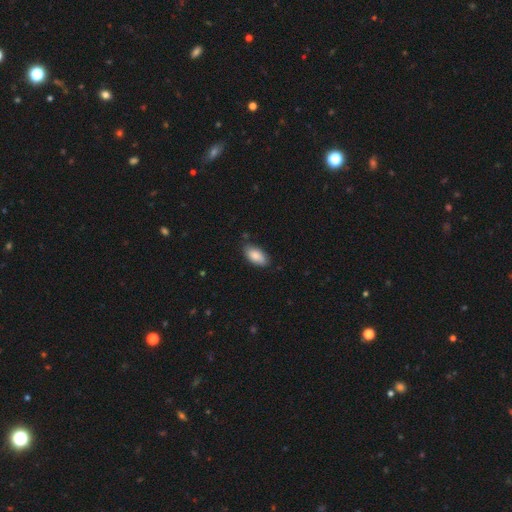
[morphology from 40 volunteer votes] Volunteers were most divided on "merging": none: 84%, minor disturbance: 16%, major disturbance: 0%, merger: 0%. More confident: how rounded — in between (94%); smooth or featured — smooth (85%).